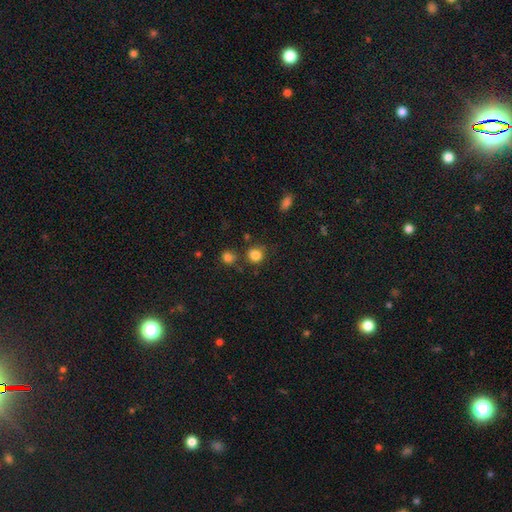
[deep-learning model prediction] smooth-or-featured: smooth: 83% | star or artifact: 13% | featured or disk: 5%
  how-rounded: round: 85% | in between: 14% | cigar-shaped: 1%
  merging: none: 74% | minor disturbance: 12% | merger: 9% | major disturbance: 4%